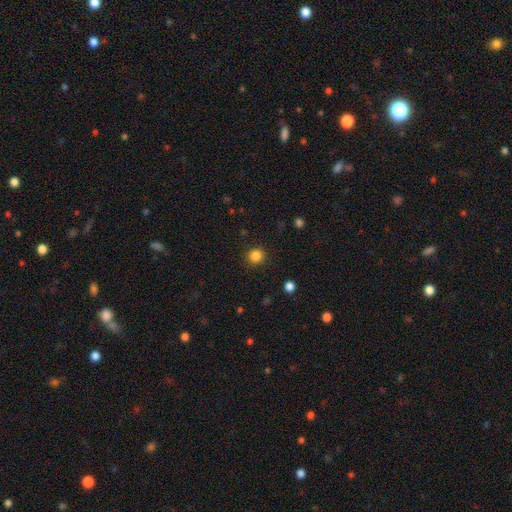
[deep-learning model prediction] Smooth or featured? Predicted: smooth (p=0.84). How rounded? Predicted: round (p=0.94). Merging? Predicted: none (p=0.91).